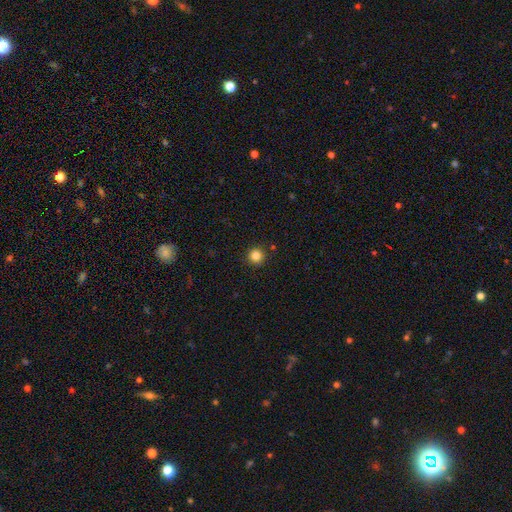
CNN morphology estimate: Overall: smooth (84%). How rounded: round (96%). Merging: none (92%).